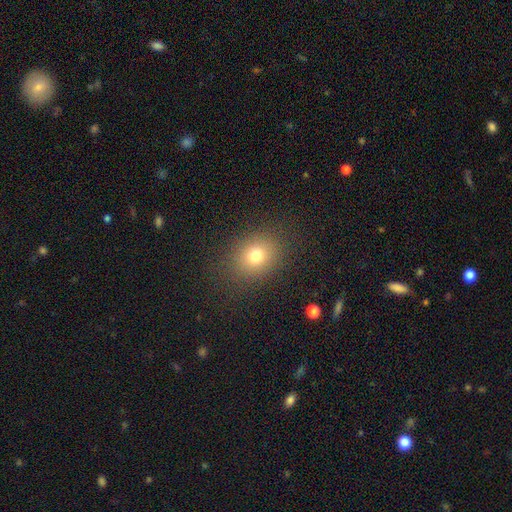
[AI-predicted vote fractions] Smooth or featured: smooth — 76% (star or artifact — 14%)
How rounded: round — 51% (in between — 48%)
Merging: none — 84% (minor disturbance — 10%)